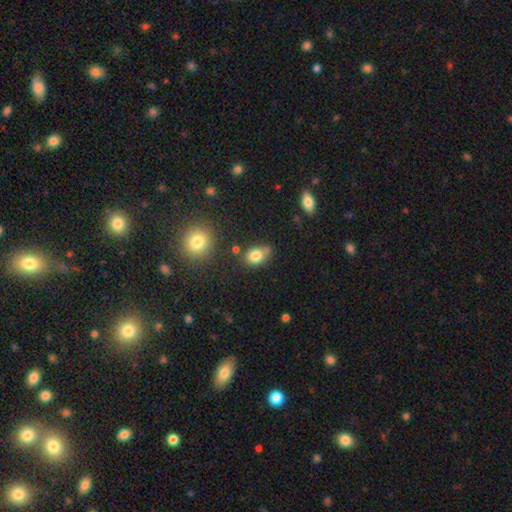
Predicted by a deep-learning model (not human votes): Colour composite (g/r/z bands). It shows a smooth galaxy with no disk features (81%) that is in between round and cigar-shaped (60%). Merging: none (61%).